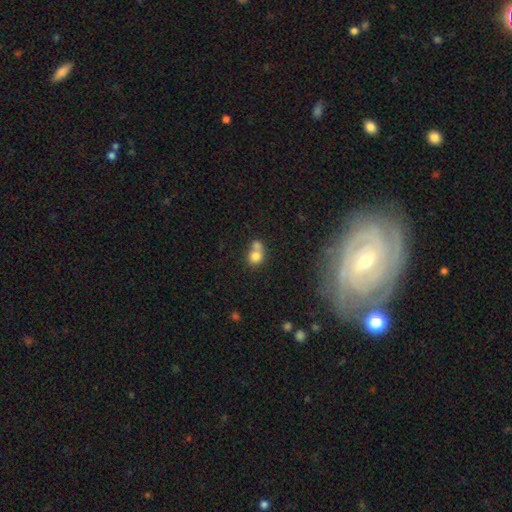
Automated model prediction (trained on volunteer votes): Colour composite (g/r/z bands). It shows a smooth galaxy with no disk features (76%) that is round (68%). Merging: merger (56%).